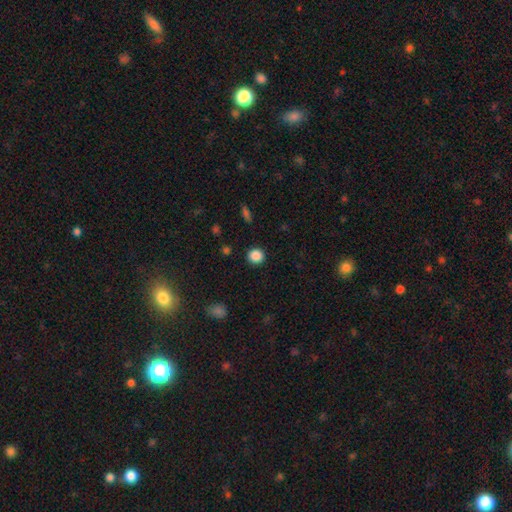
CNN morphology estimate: Overall: smooth (87%). How rounded: round (92%). Merging: none (92%).